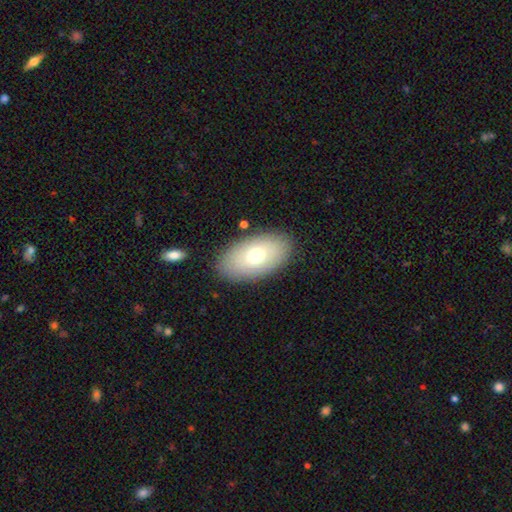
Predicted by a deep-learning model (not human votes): This appears to be a smooth galaxy with no disk features (69%) that is in between round and cigar-shaped (93%). Merging: none (87%).